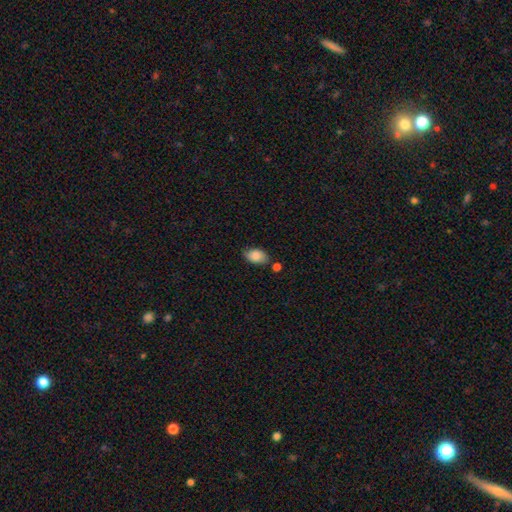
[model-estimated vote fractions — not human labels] Smooth or featured: smooth — 84% (featured or disk — 9%)
How rounded: in between — 89% (round — 9%)
Merging: none — 68% (minor disturbance — 20%)